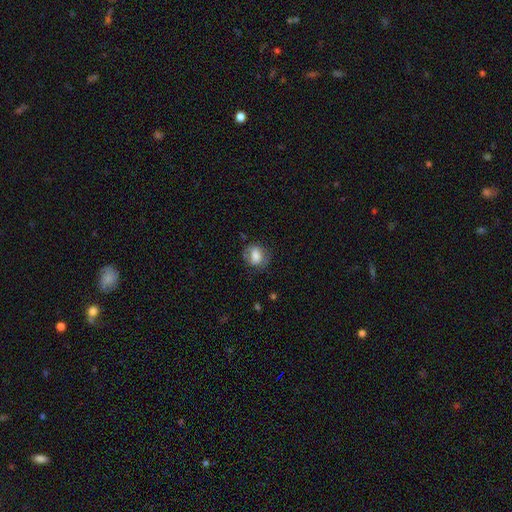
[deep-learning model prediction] Smooth or featured? smooth (68%)
How rounded? round (52%)
Merging? none (68%)